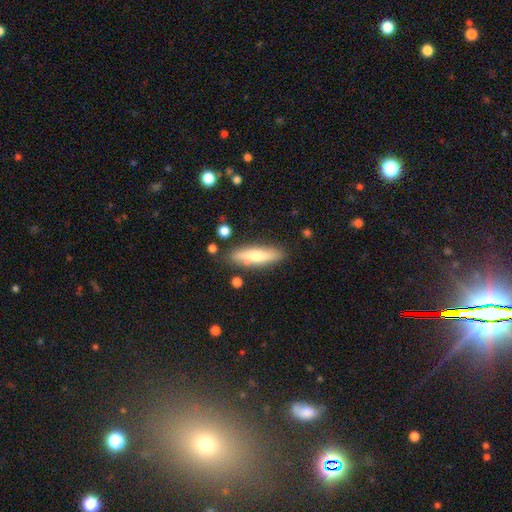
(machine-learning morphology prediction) type=smooth (60%); roundness=cigar-shaped (67%); merging=none (84%).